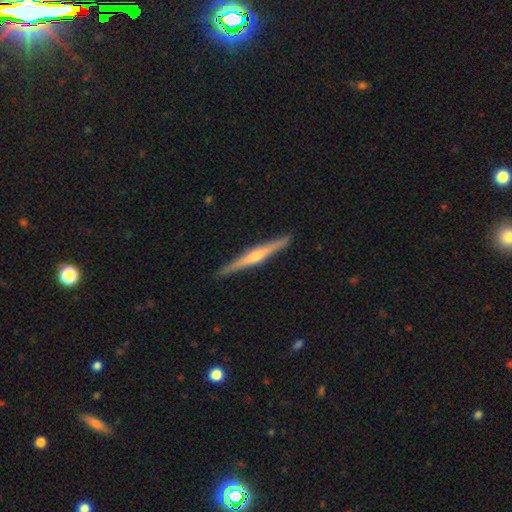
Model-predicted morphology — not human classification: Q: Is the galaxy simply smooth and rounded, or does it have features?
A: featured or disk — 77%.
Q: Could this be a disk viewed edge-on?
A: yes — 98%.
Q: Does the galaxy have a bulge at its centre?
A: rounded — 83%.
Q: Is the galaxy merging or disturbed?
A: none — 92%.